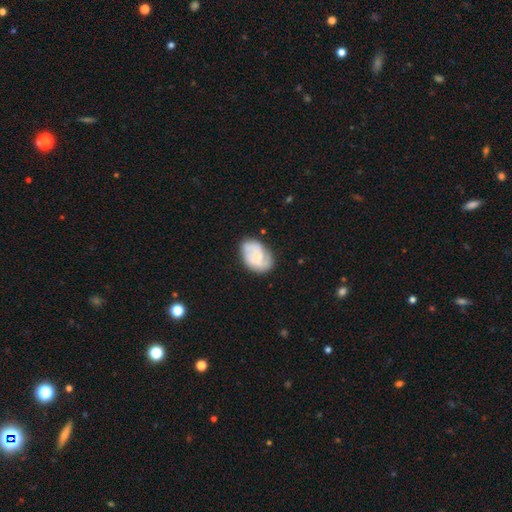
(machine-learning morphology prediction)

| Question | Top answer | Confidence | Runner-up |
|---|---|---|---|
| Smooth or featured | featured or disk | 55% | smooth (39%) |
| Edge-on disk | no | 97% | yes (3%) |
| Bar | no | 73% | weak (23%) |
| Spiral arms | yes | 82% | no (18%) |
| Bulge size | small | 47% | none (25%) |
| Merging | none | 65% | minor disturbance (24%) |